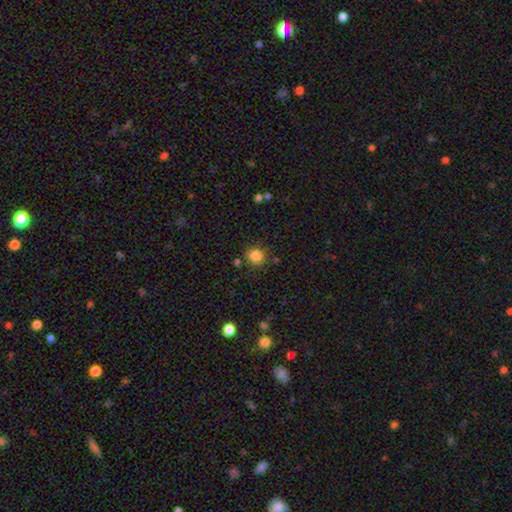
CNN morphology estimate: smooth-or-featured: smooth: 84% | star or artifact: 12% | featured or disk: 4%
  how-rounded: round: 89% | in between: 10% | cigar-shaped: 1%
  merging: none: 82% | minor disturbance: 10% | merger: 4% | major disturbance: 4%